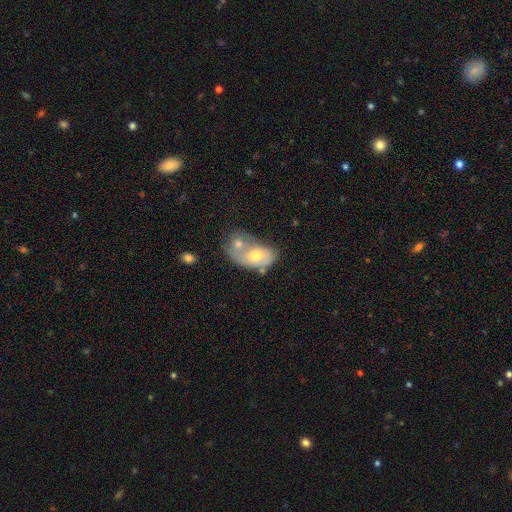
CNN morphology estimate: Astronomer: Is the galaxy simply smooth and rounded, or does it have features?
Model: smooth — 55% (runner-up: featured or disk, 38%).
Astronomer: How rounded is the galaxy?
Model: in between — 83%.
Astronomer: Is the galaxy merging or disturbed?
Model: merger — 67%.